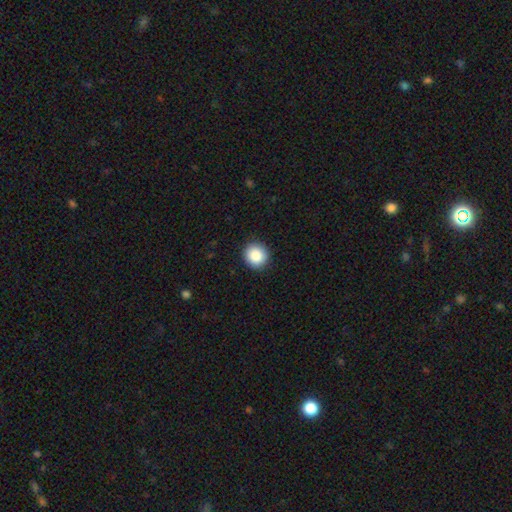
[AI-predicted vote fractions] Smooth or featured? smooth (87%)
How rounded? round (91%)
Merging? none (92%)